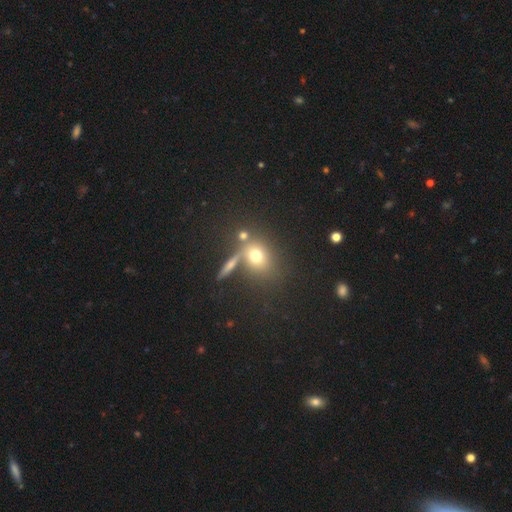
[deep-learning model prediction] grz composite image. It shows a smooth galaxy with no disk features (67%) that is round (65%). Merging: none (60%).